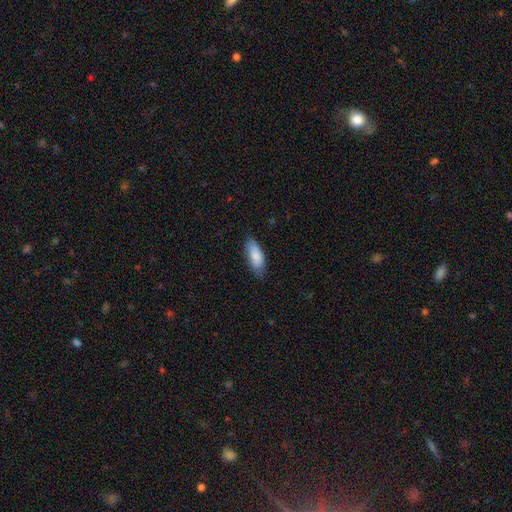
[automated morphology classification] smooth_or_featured: smooth (p=0.84) [alt: featured or disk p=0.10]
how_rounded: in between (p=0.79) [alt: cigar-shaped p=0.20]
merging: none (p=0.76) [alt: minor disturbance p=0.20]